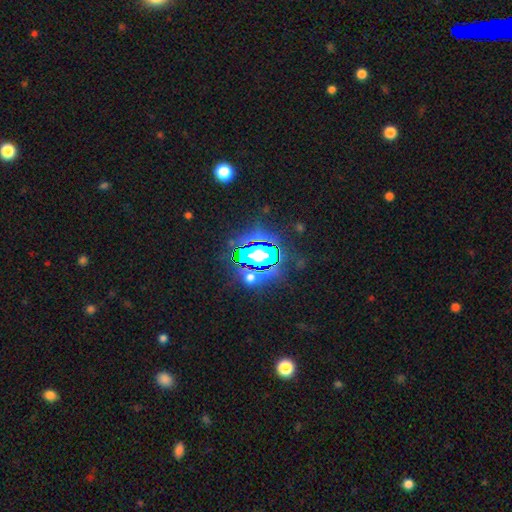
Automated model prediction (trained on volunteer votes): smooth-or-featured: star or artifact: 80% | smooth: 12% | featured or disk: 9%